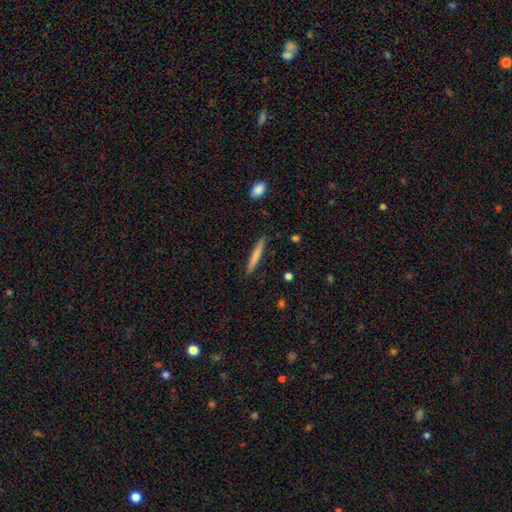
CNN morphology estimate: Smooth or featured: smooth — 72% (featured or disk — 22%)
How rounded: cigar-shaped — 95% (in between — 4%)
Merging: none — 90% (minor disturbance — 8%)